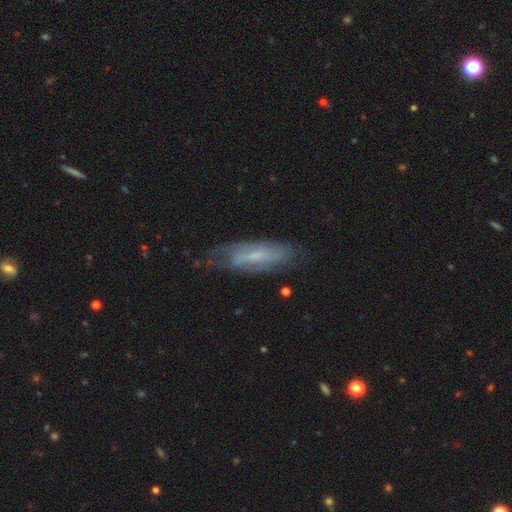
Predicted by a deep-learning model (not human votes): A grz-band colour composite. It shows a featured or disk galaxy (60%). Merging: none (63%).